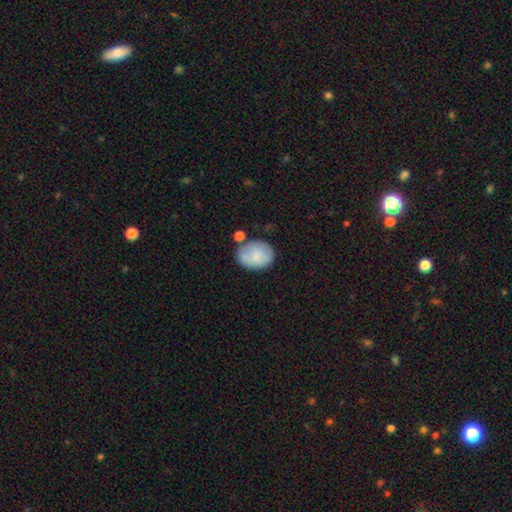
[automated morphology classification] smooth-or-featured: smooth: 80% | featured or disk: 13% | star or artifact: 7%
  how-rounded: in between: 69% | round: 30% | cigar-shaped: 1%
  merging: none: 62% | minor disturbance: 22% | merger: 10% | major disturbance: 6%